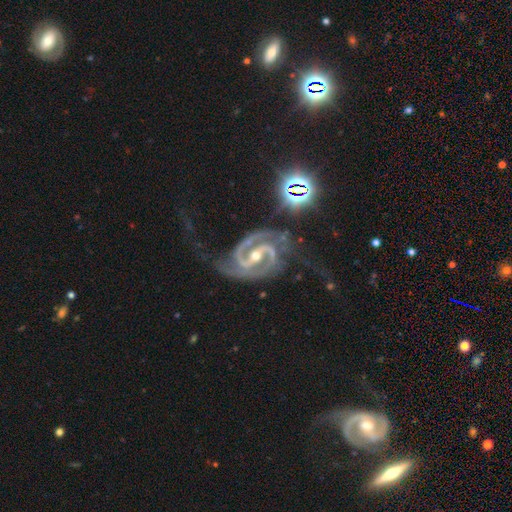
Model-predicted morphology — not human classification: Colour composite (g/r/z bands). It shows a featured or disk galaxy (92%) with a strong bar (49%), 2 (90%) medium (56%) spiral arms (99%) and a small central bulge (49%). Merging: none (54%).